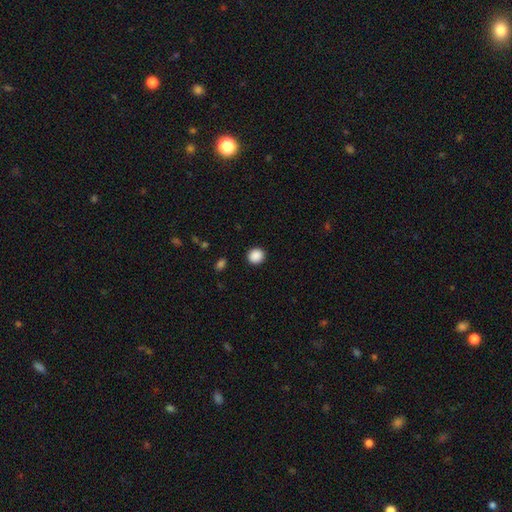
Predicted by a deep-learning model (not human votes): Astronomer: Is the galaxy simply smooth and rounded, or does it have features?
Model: smooth — 89%.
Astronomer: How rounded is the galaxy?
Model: round — 88%.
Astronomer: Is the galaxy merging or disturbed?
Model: none — 91%.